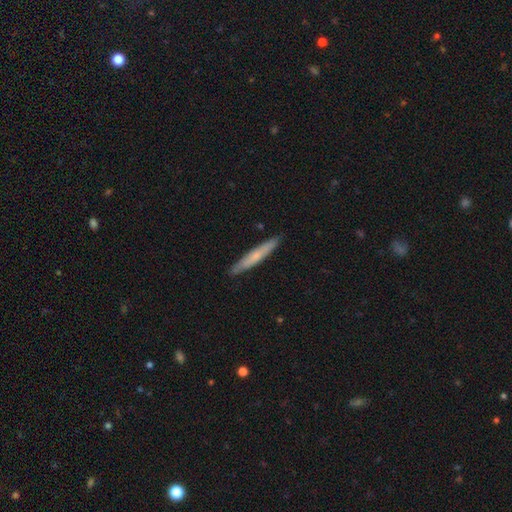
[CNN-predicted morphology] The model was most divided on "smooth or featured": smooth: 55%, featured or disk: 39%, star or artifact: 6%. More confident: how rounded — cigar-shaped (94%); merging — none (89%).